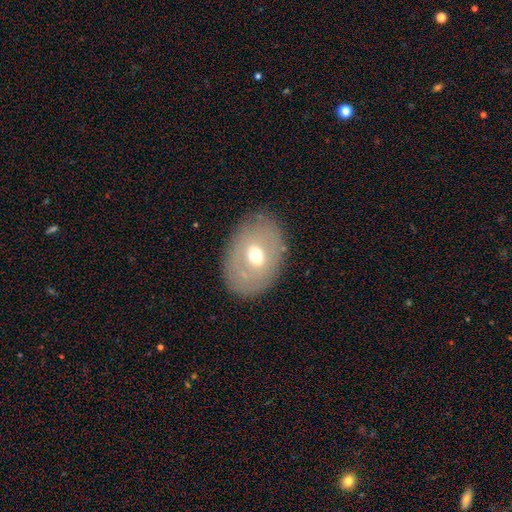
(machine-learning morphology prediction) smooth 51%, featured or disk 40%, star or artifact 9%. Down the decision tree: how rounded — in between (73%); merging — none (82%).